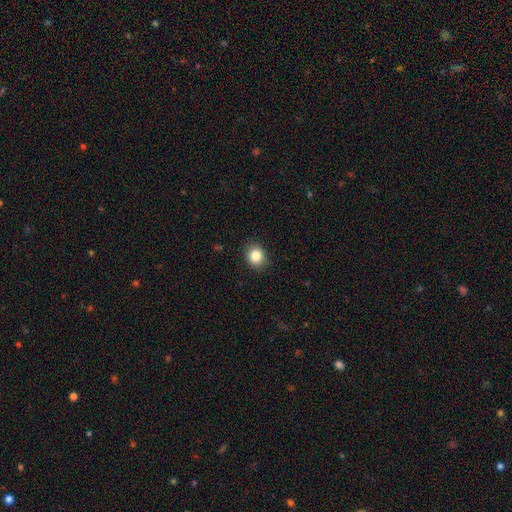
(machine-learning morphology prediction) A smooth galaxy with no disk features (85%) that is round (66%).

Vote fractions:
- Smooth or featured? smooth: 85% / star or artifact: 10% / featured or disk: 5%
- How rounded? round: 66% / in between: 33% / cigar-shaped: 1%
- Merging? none: 87% / minor disturbance: 10% / major disturbance: 2% / merger: 1%